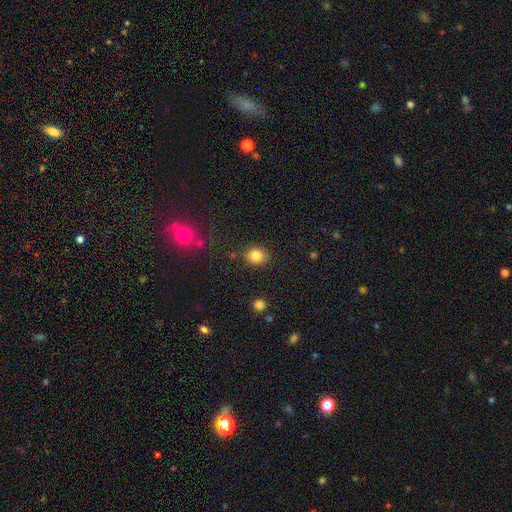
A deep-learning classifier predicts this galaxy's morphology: smooth_or_featured: smooth (p=0.85) [alt: star or artifact p=0.10]
how_rounded: round (p=0.57) [alt: in between p=0.42]
merging: none (p=0.81) [alt: minor disturbance p=0.12]